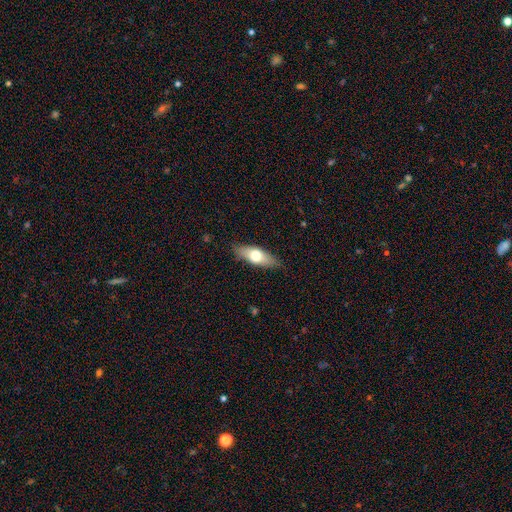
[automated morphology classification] Smooth or featured? smooth (62%)
How rounded? in between (67%)
Merging? none (84%)